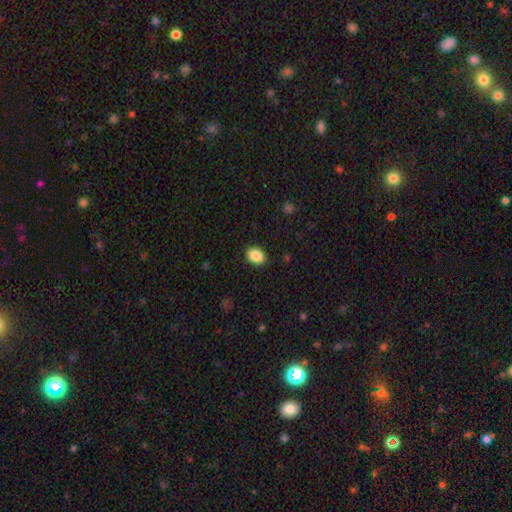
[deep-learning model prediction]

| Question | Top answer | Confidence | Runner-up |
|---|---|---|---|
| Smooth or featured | smooth | 89% | star or artifact (8%) |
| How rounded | in between | 71% | round (28%) |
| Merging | none | 89% | minor disturbance (8%) |